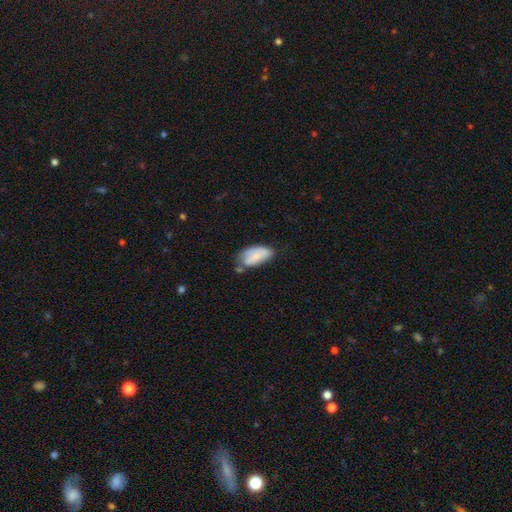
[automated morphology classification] This appears to be a smooth galaxy with no disk features (73%) that is in between round and cigar-shaped (91%). Merging: none (48%).